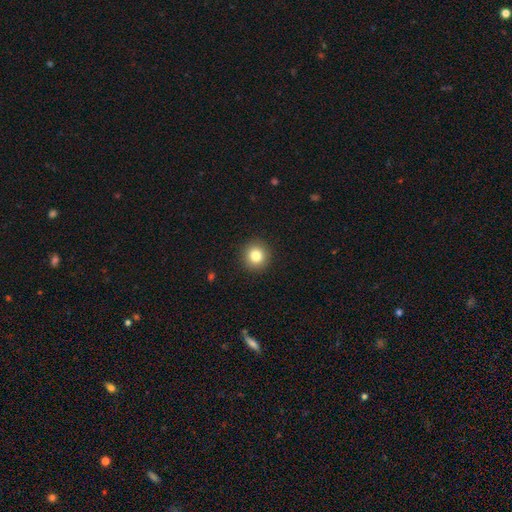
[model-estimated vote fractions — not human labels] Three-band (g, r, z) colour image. It shows a smooth galaxy with no disk features (82%) that is round (93%). Merging: none (92%).